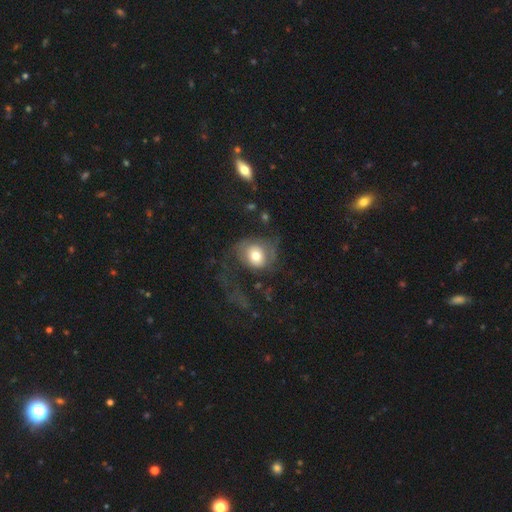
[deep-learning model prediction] Smooth or featured? smooth (60%)
How rounded? round (69%)
Merging? major disturbance (48%)